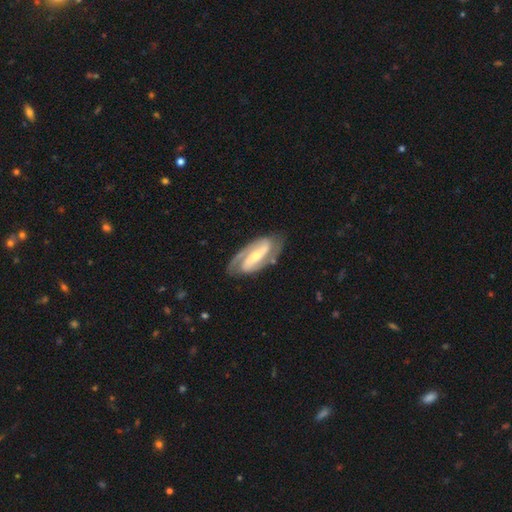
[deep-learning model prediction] smooth_or_featured: featured or disk (p=0.88) [alt: smooth p=0.08]
disk_edge_on: no (p=0.94) [alt: yes p=0.06]
bar: strong (p=0.65) [alt: weak p=0.23]
has_spiral_arms: yes (p=0.96) [alt: no p=0.04]
spiral_winding: medium (p=0.48) [alt: tight p=0.35]
spiral_arm_count: 2 (p=0.91) [alt: can't tell p=0.03]
bulge_size: small (p=0.50) [alt: moderate p=0.43]
merging: none (p=0.80) [alt: minor disturbance p=0.14]